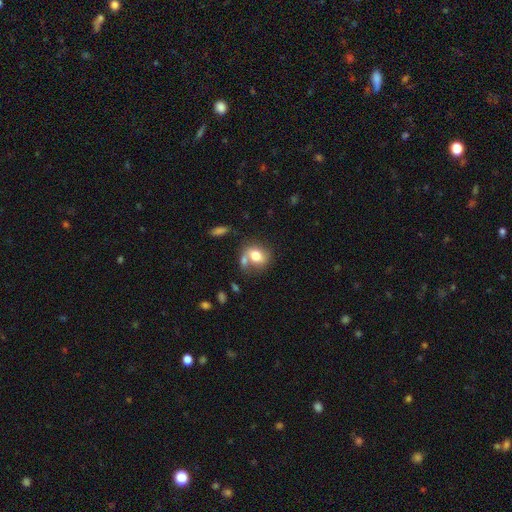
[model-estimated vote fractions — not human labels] This is likely a smooth galaxy (72%). How rounded: possibly round (51%). Merging: marginally none (41%).